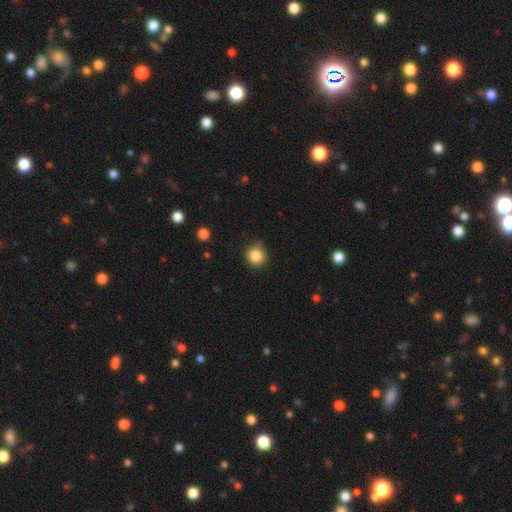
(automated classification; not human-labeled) Overall: smooth (85%). How rounded: round (89%). Merging: none (79%).